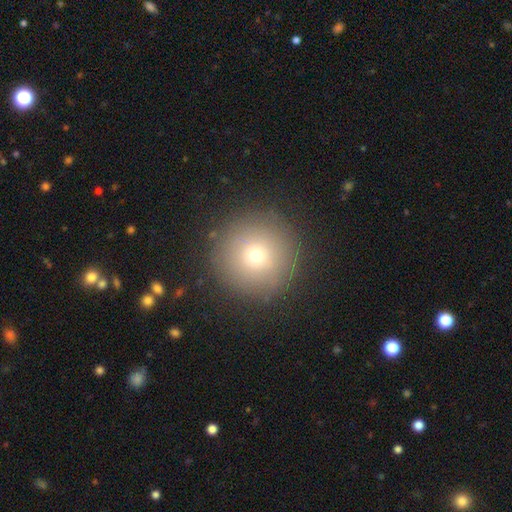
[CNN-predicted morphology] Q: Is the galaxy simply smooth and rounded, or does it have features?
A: smooth — 71%.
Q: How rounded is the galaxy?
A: round — 97%.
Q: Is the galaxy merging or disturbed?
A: none — 89%.